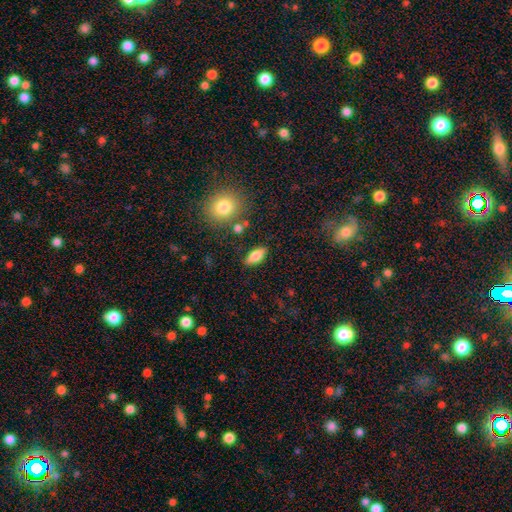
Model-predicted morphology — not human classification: A smooth galaxy with no disk features (76%) that is in between round and cigar-shaped (81%). Merging: none (83%).